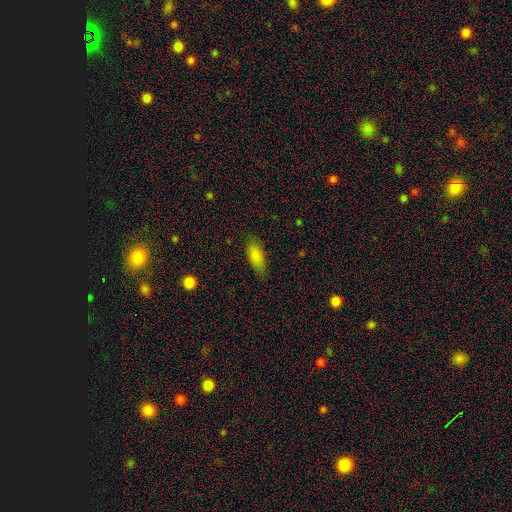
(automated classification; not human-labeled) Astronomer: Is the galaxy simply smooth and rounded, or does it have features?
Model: smooth — 86%.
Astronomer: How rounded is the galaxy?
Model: in between — 84%.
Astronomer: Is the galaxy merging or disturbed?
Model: none — 77%.